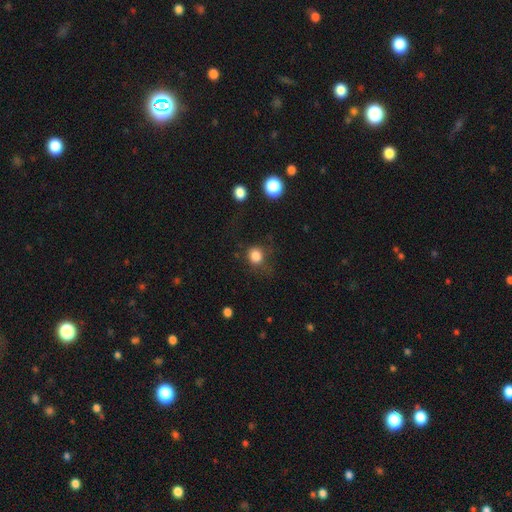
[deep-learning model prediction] Morphology: type=smooth (83%); roundness=round (81%); merging=none (68%).